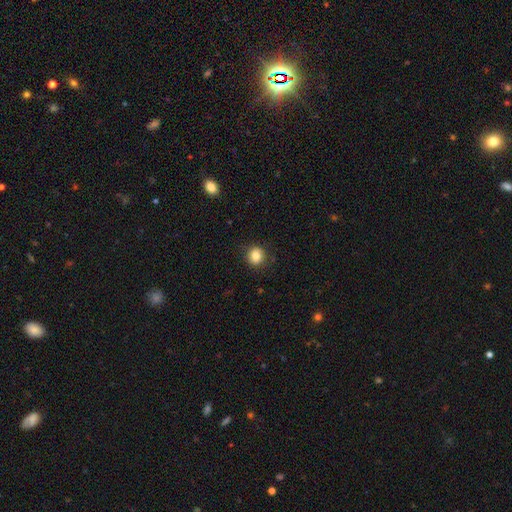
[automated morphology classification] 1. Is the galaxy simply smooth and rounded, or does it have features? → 83% smooth, 10% star or artifact, 7% featured or disk.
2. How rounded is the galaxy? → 80% round, 19% in between, 1% cigar-shaped.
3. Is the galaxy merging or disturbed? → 87% none, 10% minor disturbance, 3% major disturbance, 1% merger.